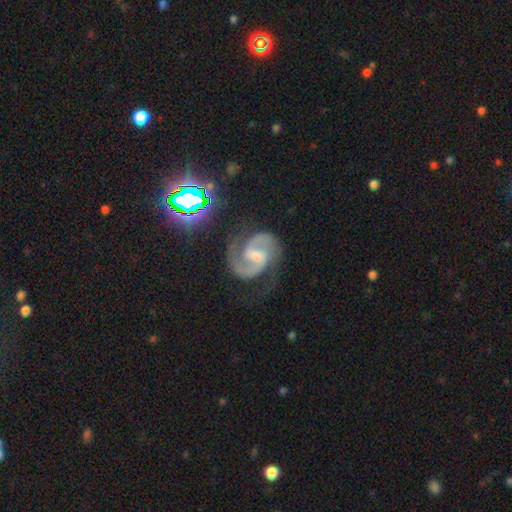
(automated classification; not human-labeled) Q: Smooth or featured?
A: featured or disk (90%); runner-up: star or artifact (7%)
Q: Edge-on disk?
A: no (98%); runner-up: yes (2%)
Q: Bar?
A: weak (55%); runner-up: strong (23%)
Q: Spiral arms?
A: yes (98%); runner-up: no (2%)
Q: Spiral winding?
A: medium (64%); runner-up: tight (22%)
Q: Spiral arm count?
A: 2 (93%); runner-up: can't tell (2%)
Q: Bulge size?
A: small (43%); runner-up: moderate (39%)
Q: Merging?
A: none (74%); runner-up: minor disturbance (17%)